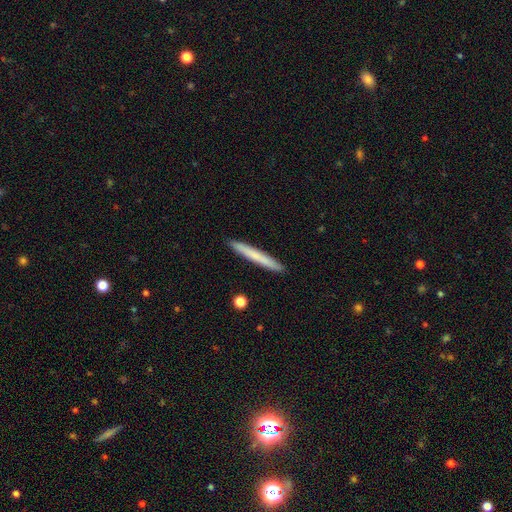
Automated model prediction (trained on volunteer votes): This appears to be a smooth galaxy with no disk features (68%) that is cigar-shaped (97%). Merging: none (92%).